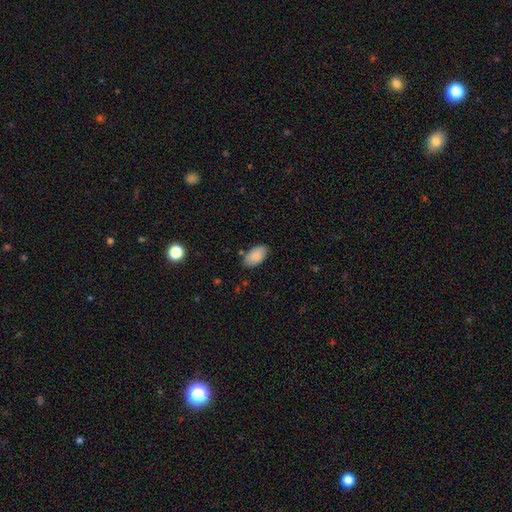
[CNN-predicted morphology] Smooth or featured?
  - smooth: 87% *
  - featured or disk: 7%
  - star or artifact: 7%
How rounded?
  - in between: 95% *
  - round: 3%
  - cigar-shaped: 2%
Merging?
  - none: 79% *
  - minor disturbance: 16%
  - major disturbance: 3%
  - merger: 3%